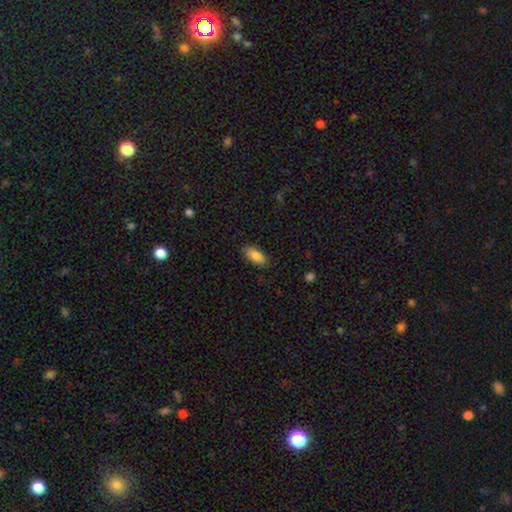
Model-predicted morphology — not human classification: Smooth or featured?
  - smooth: 84% *
  - featured or disk: 9%
  - star or artifact: 7%
How rounded?
  - in between: 85% *
  - cigar-shaped: 12%
  - round: 2%
Merging?
  - none: 85% *
  - minor disturbance: 12%
  - major disturbance: 2%
  - merger: 1%